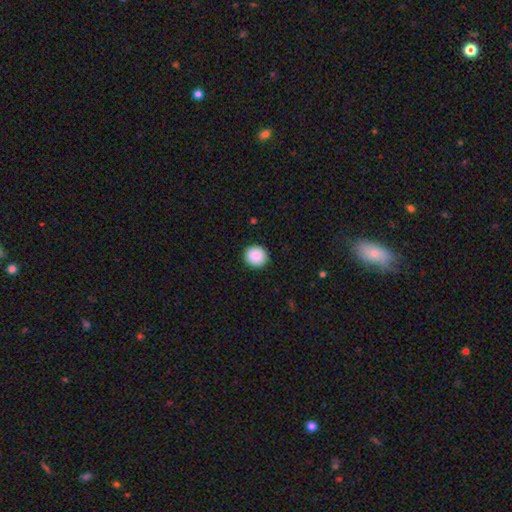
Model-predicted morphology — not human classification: Smooth or featured: smooth — 90% (star or artifact — 8%)
How rounded: round — 90% (in between — 9%)
Merging: none — 92% (minor disturbance — 5%)